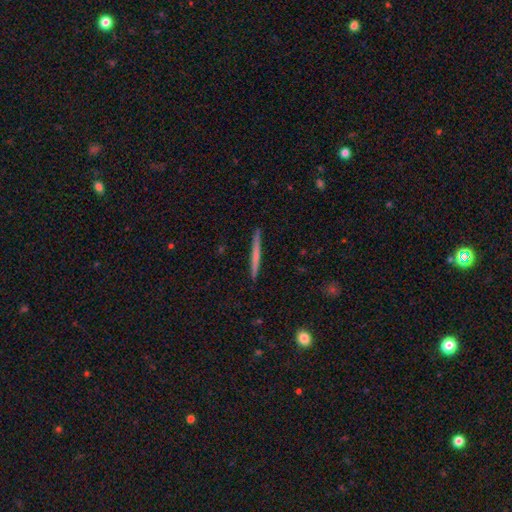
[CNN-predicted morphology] Smooth or featured? smooth (57%)
How rounded? cigar-shaped (97%)
Merging? none (92%)